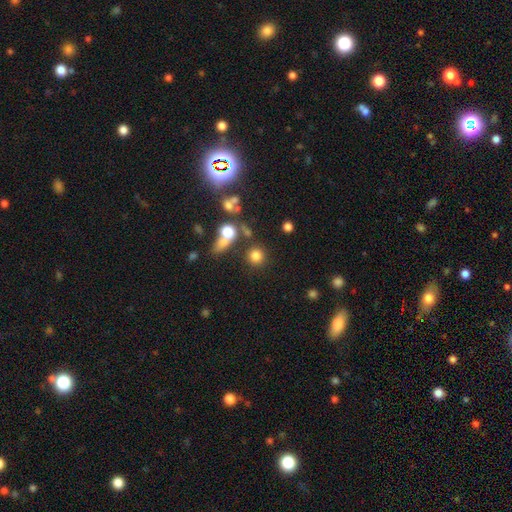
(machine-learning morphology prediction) Smooth or featured? smooth (77%)
How rounded? round (91%)
Merging? none (76%)